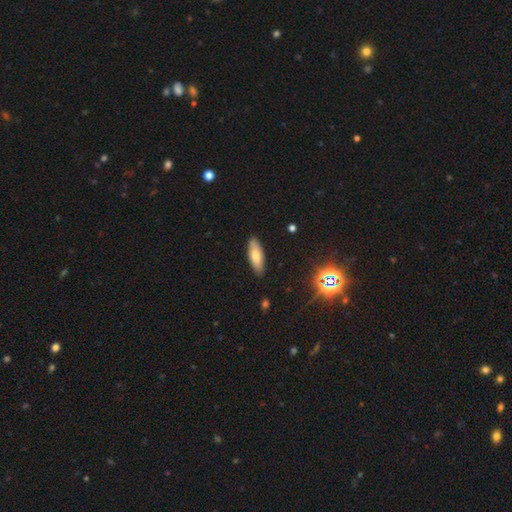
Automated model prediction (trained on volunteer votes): Smooth or featured?
  - smooth: 72% *
  - featured or disk: 20%
  - star or artifact: 7%
How rounded?
  - in between: 61% *
  - cigar-shaped: 37%
  - round: 2%
Merging?
  - none: 88% *
  - minor disturbance: 9%
  - major disturbance: 2%
  - merger: 1%